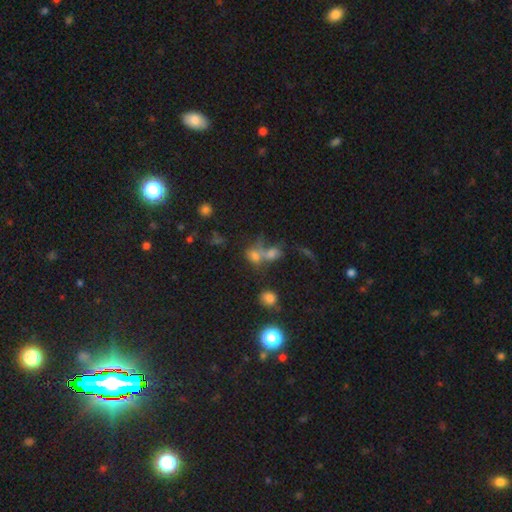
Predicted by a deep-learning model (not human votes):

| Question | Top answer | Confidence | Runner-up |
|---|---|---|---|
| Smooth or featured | smooth | 60% | star or artifact (25%) |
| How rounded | in between | 52% | round (45%) |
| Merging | merger | 51% | none (31%) |